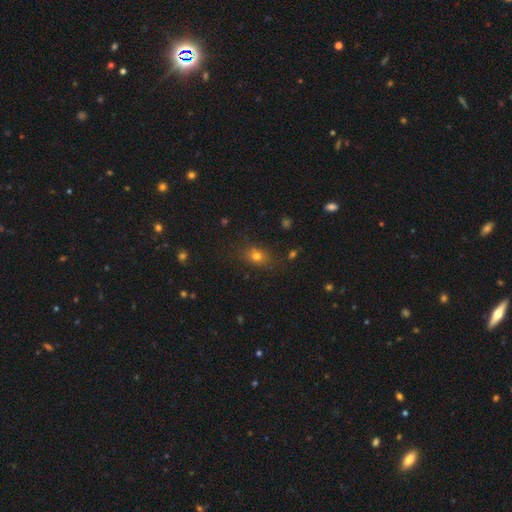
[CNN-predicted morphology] type=smooth (74%); roundness=in between (53%); merging=none (78%).